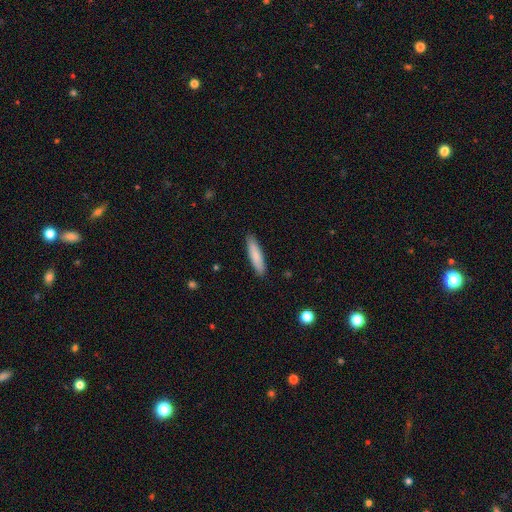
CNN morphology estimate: Smooth or featured? Predicted: smooth (p=0.83). How rounded? Predicted: cigar-shaped (p=0.79). Merging? Predicted: none (p=0.90).